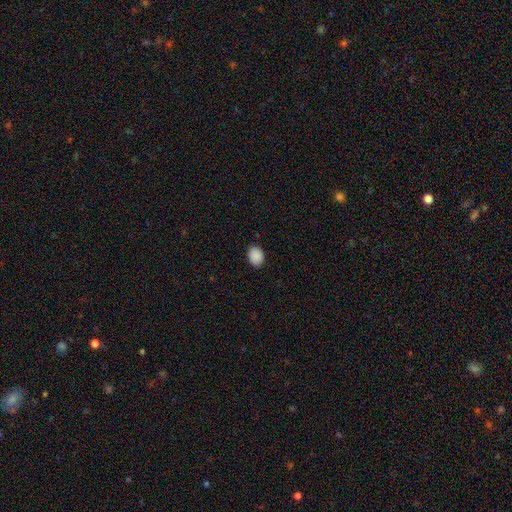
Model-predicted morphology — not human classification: This is clearly a smooth galaxy (90%). How rounded: likely in between (67%). Merging: clearly none (87%).